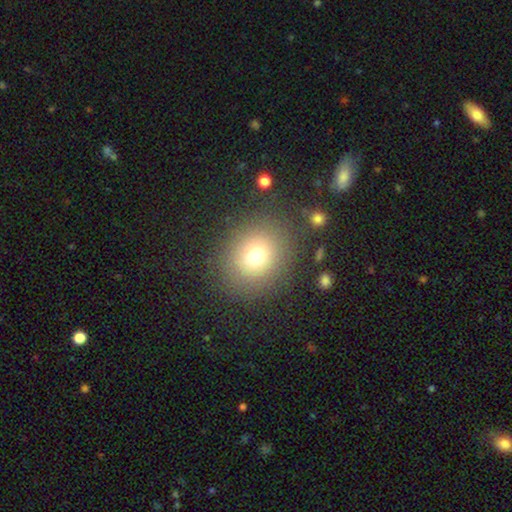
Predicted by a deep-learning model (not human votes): Smooth or featured? smooth (72%)
How rounded? round (78%)
Merging? none (83%)